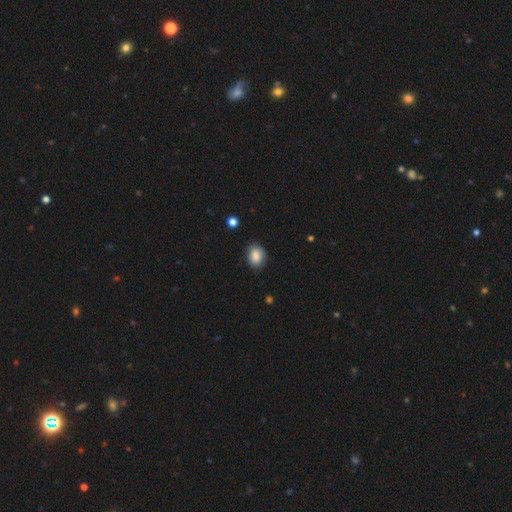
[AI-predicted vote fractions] Overall: smooth (86%). How rounded: in between (62%; round 37%). Merging: none (83%).